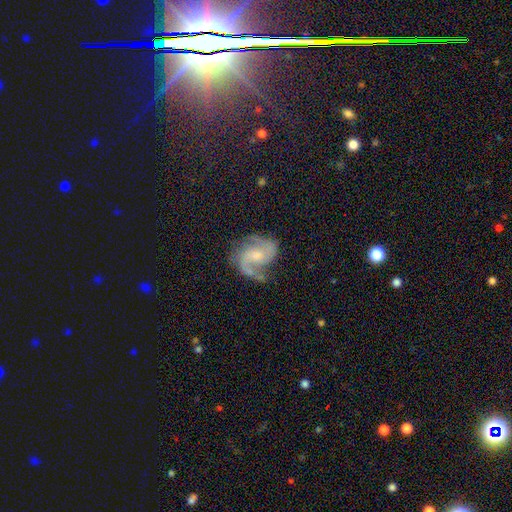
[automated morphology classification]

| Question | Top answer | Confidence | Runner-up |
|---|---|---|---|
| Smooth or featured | featured or disk | 89% | smooth (6%) |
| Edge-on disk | no | 98% | yes (2%) |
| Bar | no | 47% | weak (44%) |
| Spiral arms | yes | 97% | no (3%) |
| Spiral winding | medium | 57% | loose (27%) |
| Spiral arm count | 2 | 89% | 3 (3%) |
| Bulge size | moderate | 47% | small (37%) |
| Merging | none | 69% | minor disturbance (19%) |